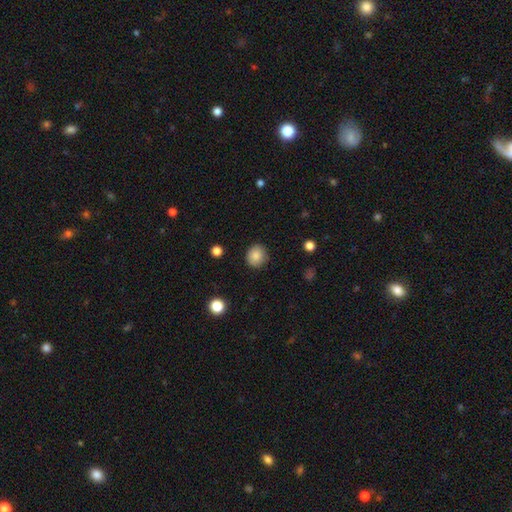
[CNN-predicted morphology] Smooth or featured? Predicted: smooth (p=0.86). How rounded? Predicted: round (p=0.84). Merging? Predicted: none (p=0.88).